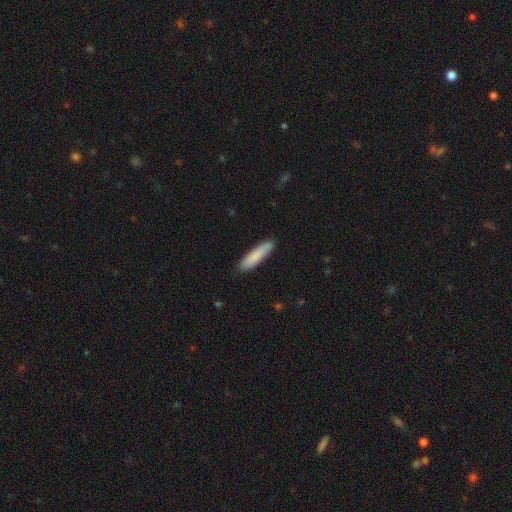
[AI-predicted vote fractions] The model was most divided on "how rounded": cigar-shaped: 80%, in between: 18%, round: 1%. More confident: merging — none (85%); smooth or featured — smooth (84%).